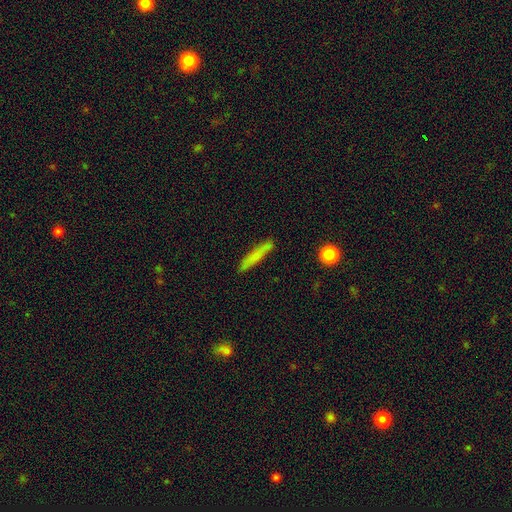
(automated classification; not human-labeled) Smooth or featured: smooth — 66% (featured or disk — 26%)
How rounded: cigar-shaped — 92% (in between — 6%)
Merging: none — 84% (minor disturbance — 11%)